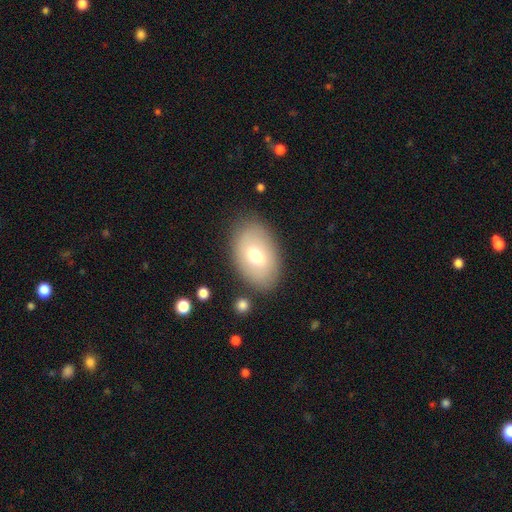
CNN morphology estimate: smooth 66%, featured or disk 26%, star or artifact 8%. Down the decision tree: how rounded — in between (88%); merging — none (81%).